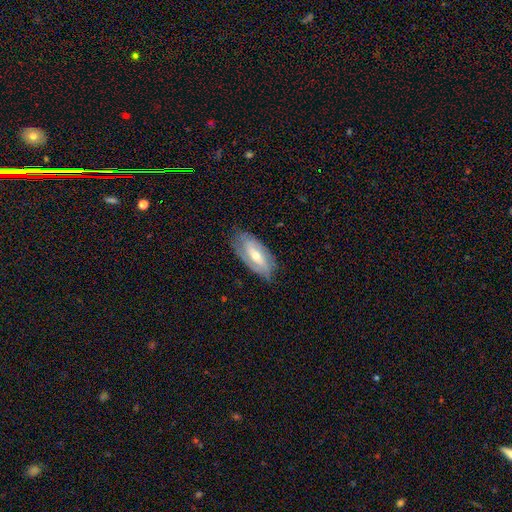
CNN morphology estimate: A featured or disk galaxy (71%) with a weak bar (38%), 2 (65%) tight (42%) spiral arms (82%) and a moderate central bulge (50%). Merging: none (75%).